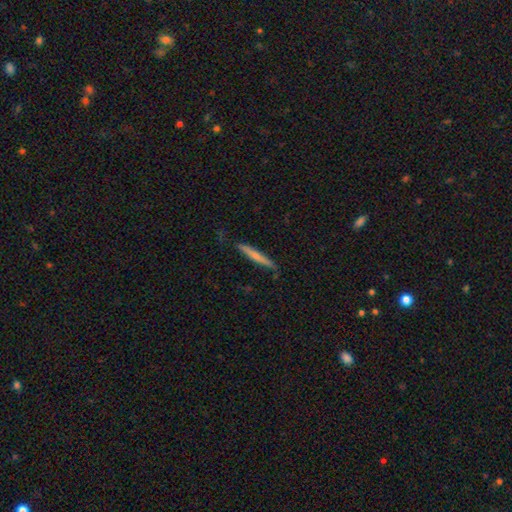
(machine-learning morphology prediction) Q: Smooth or featured?
A: smooth (60%); runner-up: featured or disk (35%)
Q: How rounded?
A: cigar-shaped (96%); runner-up: in between (3%)
Q: Merging?
A: none (83%); runner-up: minor disturbance (13%)